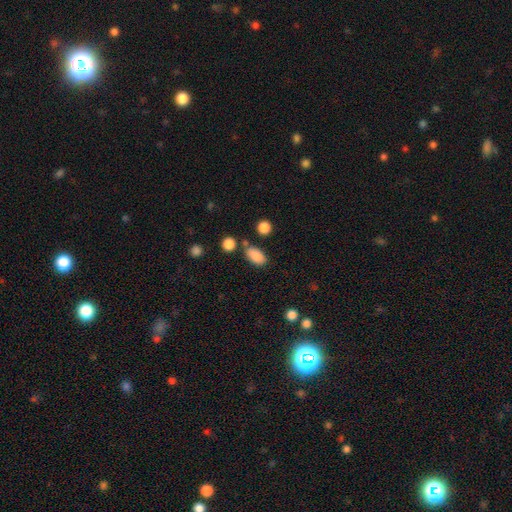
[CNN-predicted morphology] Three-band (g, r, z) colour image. It shows a smooth galaxy with no disk features (87%) that is in between round and cigar-shaped (90%). Merging: none (72%).